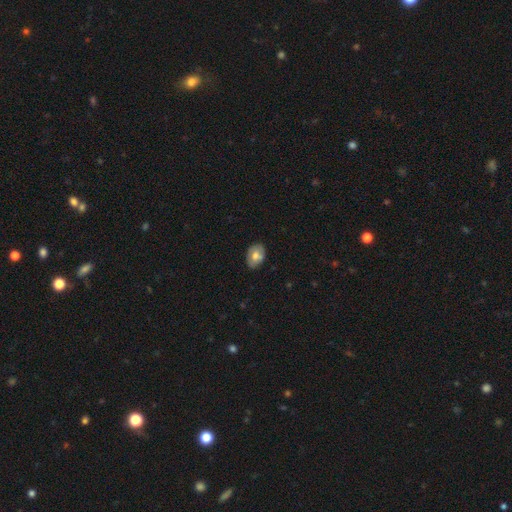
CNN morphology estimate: Overall: smooth (65%; featured or disk 27%). How rounded: in between (77%). Merging: none (79%).